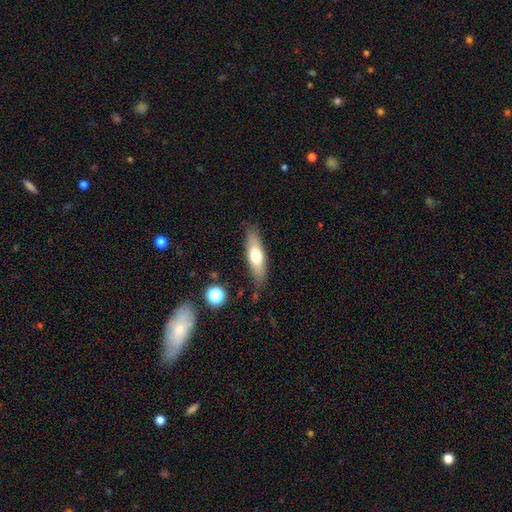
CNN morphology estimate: smooth 62%, featured or disk 31%, star or artifact 6%. Down the decision tree: how rounded — cigar-shaped (55%); merging — none (83%).